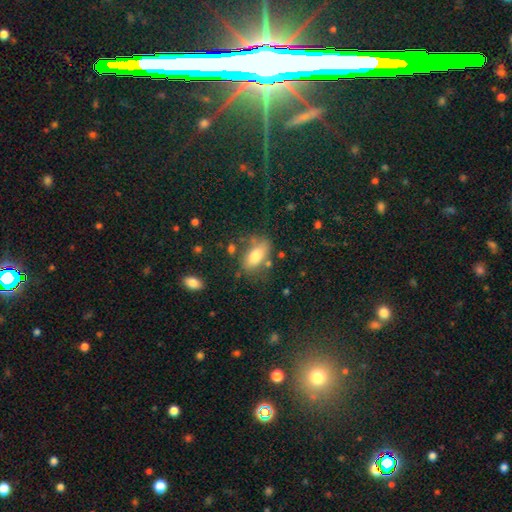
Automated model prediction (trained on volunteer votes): A smooth galaxy with no disk features (75%) that is in between round and cigar-shaped (88%). Merging: none (65%).